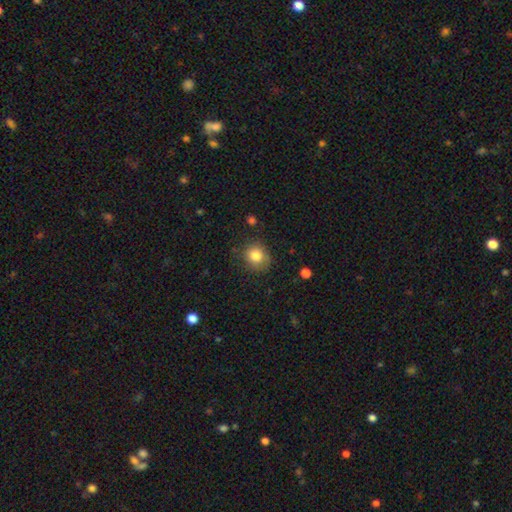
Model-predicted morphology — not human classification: The model was most divided on "merging": none: 79%, minor disturbance: 15%, major disturbance: 4%, merger: 2%. More confident: smooth or featured — smooth (82%); how rounded — round (82%).